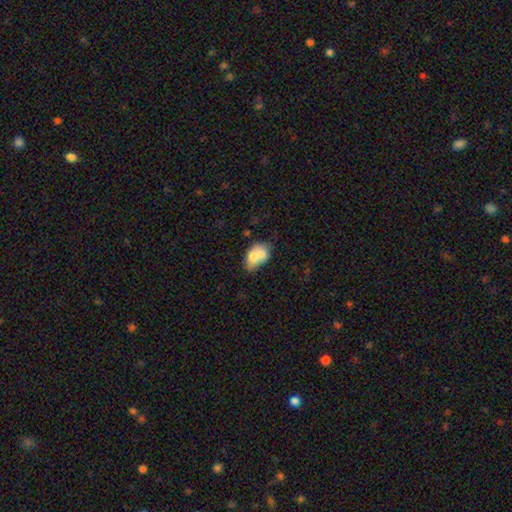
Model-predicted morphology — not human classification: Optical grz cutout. It shows a smooth galaxy with no disk features (68%) that is in between round and cigar-shaped (79%). Merging: merger (51%).